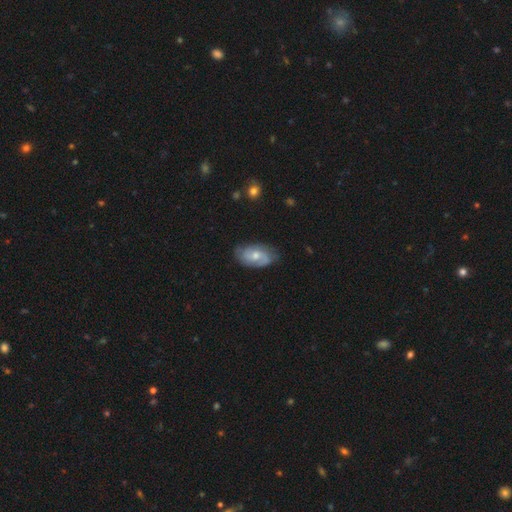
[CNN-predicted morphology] smooth-or-featured: featured or disk: 65% | smooth: 30% | star or artifact: 6%
  disk-edge-on: no: 95% | yes: 5%
    bar: no: 62% | weak: 34% | strong: 5%
    has-spiral-arms: yes: 88% | no: 12%
      spiral-winding: medium: 44% | tight: 33% | loose: 23%
      spiral-arm-count: 2: 69% | can't tell: 17% | 3: 5% | 1: 5% | 4: 2% | more than 4: 2%
    bulge-size: moderate: 61% | small: 32% | large: 4% | none: 2% | dominant: 1%
  merging: none: 72% | minor disturbance: 22% | major disturbance: 5% | merger: 1%